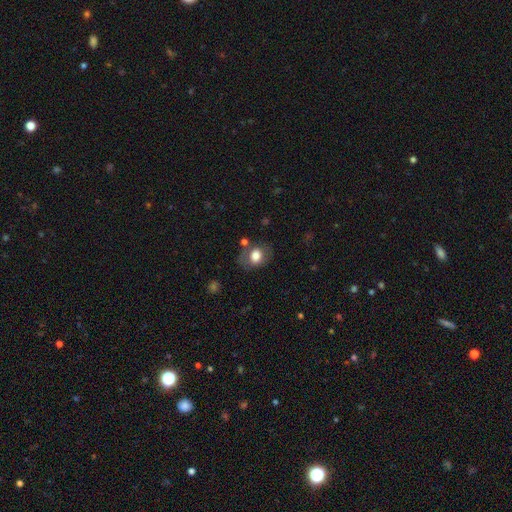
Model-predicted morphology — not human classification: smooth 72%, featured or disk 20%, star or artifact 8%. Down the decision tree: how rounded — in between (56%); merging — none (69%).